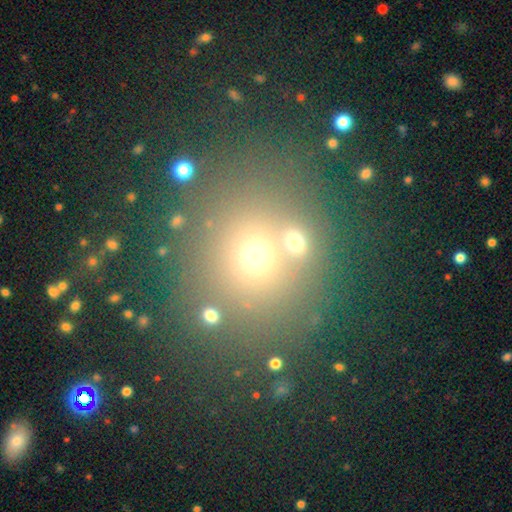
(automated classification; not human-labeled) A smooth galaxy with no disk features (60%) that is round (82%).

Vote fractions:
- Smooth or featured? smooth: 60% / star or artifact: 29% / featured or disk: 11%
- How rounded? round: 82% / in between: 17% / cigar-shaped: 1%
- Merging? none: 70% / merger: 16% / minor disturbance: 9% / major disturbance: 5%